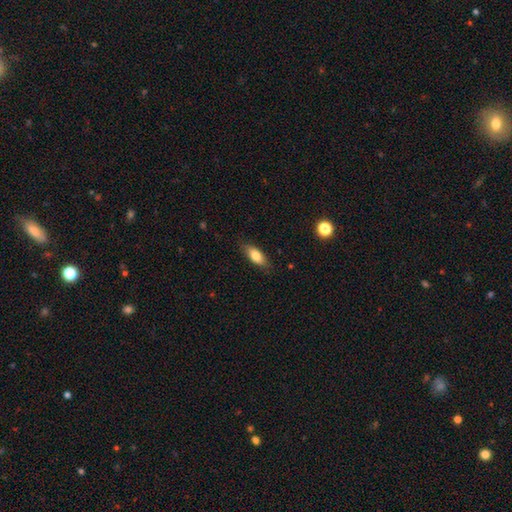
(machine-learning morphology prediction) Overall: smooth (77%). How rounded: in between (76%). Merging: none (84%).